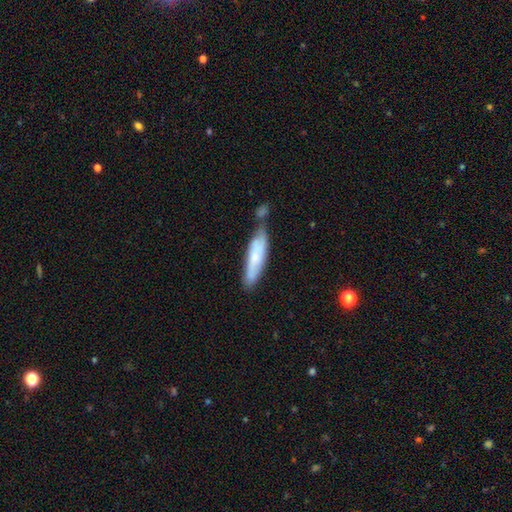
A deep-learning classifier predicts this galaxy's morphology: A smooth galaxy with no disk features (63%) that is cigar-shaped (74%).

Vote fractions:
- Smooth or featured? smooth: 63% / featured or disk: 31% / star or artifact: 6%
- How rounded? cigar-shaped: 74% / in between: 25% / round: 1%
- Merging? none: 44% / merger: 27% / minor disturbance: 23% / major disturbance: 7%